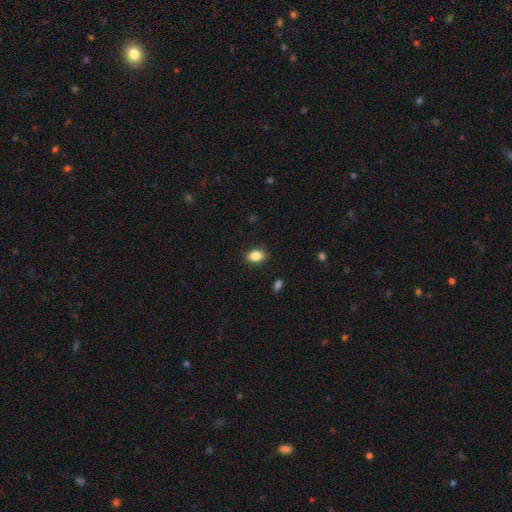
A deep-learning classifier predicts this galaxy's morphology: Overall: smooth (85%). How rounded: in between (83%). Merging: none (87%).